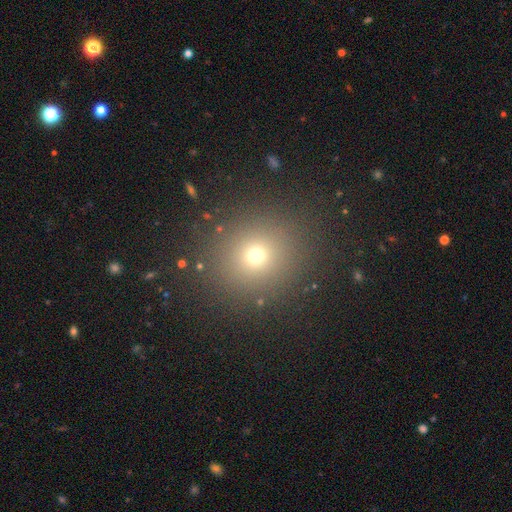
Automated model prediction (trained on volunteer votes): Smooth or featured?
  - smooth: 68% *
  - star or artifact: 23%
  - featured or disk: 9%
How rounded?
  - round: 88% *
  - in between: 11%
  - cigar-shaped: 1%
Merging?
  - none: 88% *
  - minor disturbance: 7%
  - major disturbance: 4%
  - merger: 2%